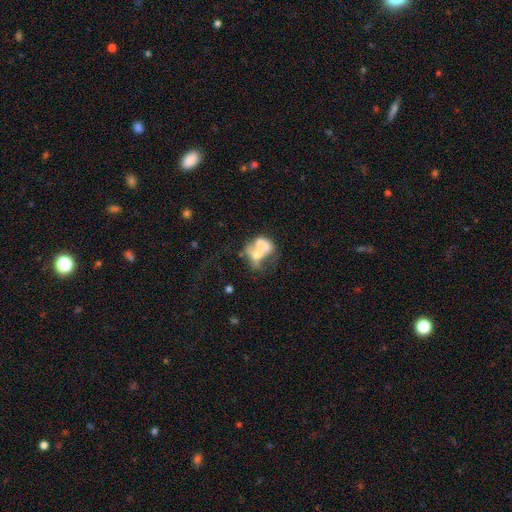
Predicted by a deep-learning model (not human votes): Q: Smooth or featured?
A: featured or disk (51%); runner-up: smooth (37%)
Q: Edge-on disk?
A: no (97%); runner-up: yes (3%)
Q: Merging?
A: merger (56%); runner-up: none (17%)